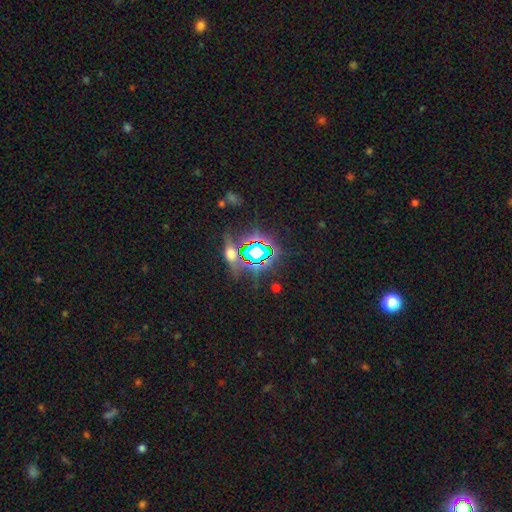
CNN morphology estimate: smooth-or-featured: star or artifact: 72% | smooth: 18% | featured or disk: 11%